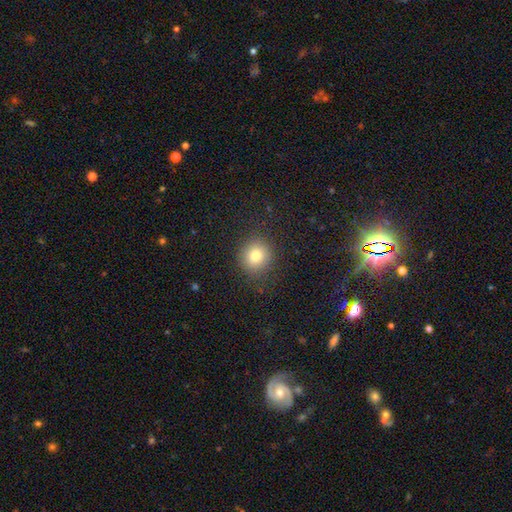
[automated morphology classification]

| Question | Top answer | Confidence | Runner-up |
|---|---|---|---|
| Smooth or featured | smooth | 79% | star or artifact (12%) |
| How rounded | round | 88% | in between (11%) |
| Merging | none | 87% | minor disturbance (8%) |